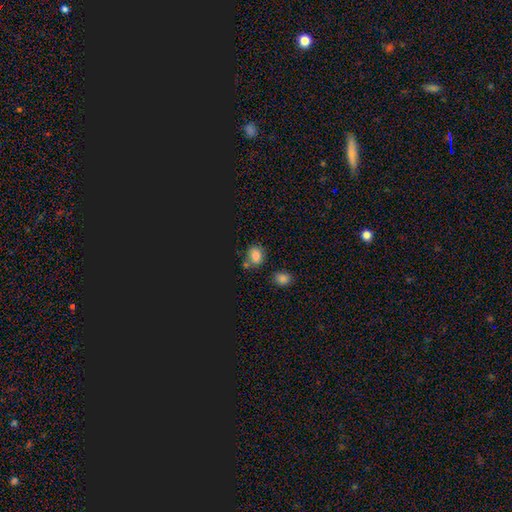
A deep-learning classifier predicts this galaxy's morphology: This appears to be a smooth galaxy with no disk features (72%) that is in between round and cigar-shaped (54%). Merging: none (62%).